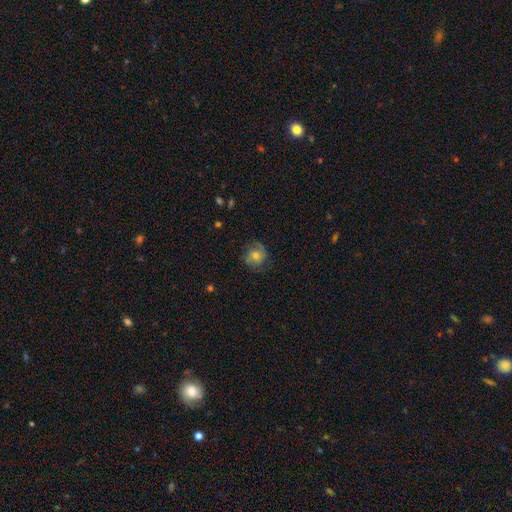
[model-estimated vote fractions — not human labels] Smooth or featured: smooth — 50% (featured or disk — 40%)
How rounded: round — 79% (in between — 20%)
Merging: none — 71% (minor disturbance — 20%)